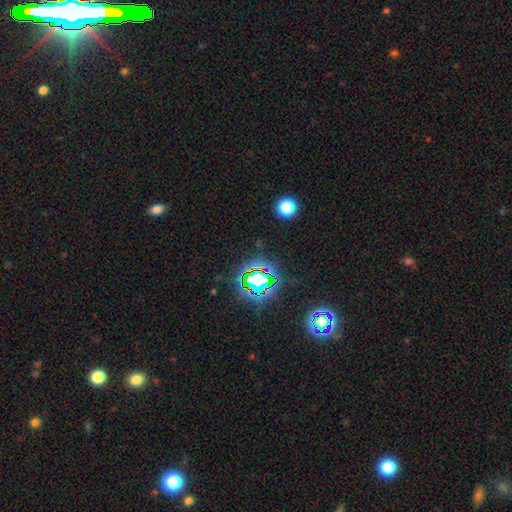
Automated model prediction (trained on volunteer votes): The model was most divided on "smooth or featured": star or artifact: 79%, smooth: 13%, featured or disk: 8%.